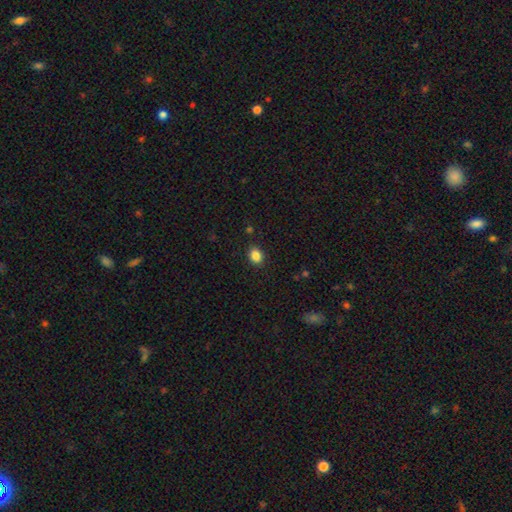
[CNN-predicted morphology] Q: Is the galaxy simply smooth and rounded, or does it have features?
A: smooth — 85%.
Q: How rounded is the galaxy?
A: in between — 53%.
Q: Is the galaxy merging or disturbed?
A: none — 88%.